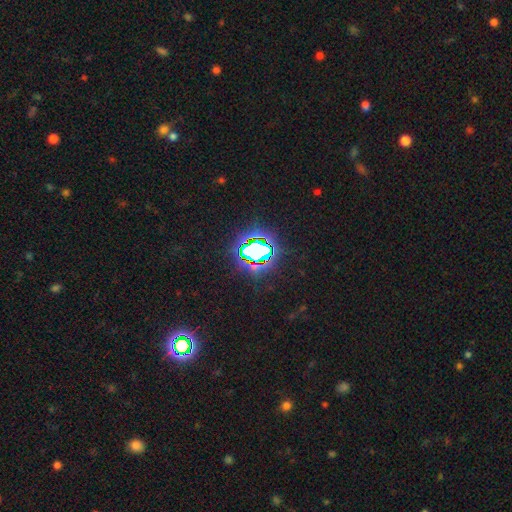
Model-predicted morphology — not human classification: This appears to be a star or artifact, not a galaxy (67%).